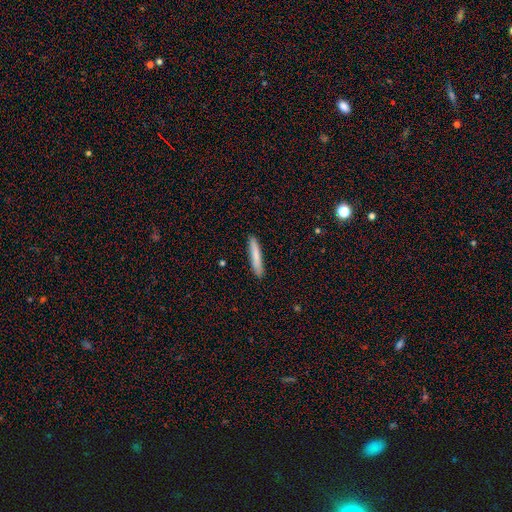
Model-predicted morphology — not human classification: Smooth or featured? smooth (80%)
How rounded? cigar-shaped (93%)
Merging? none (90%)